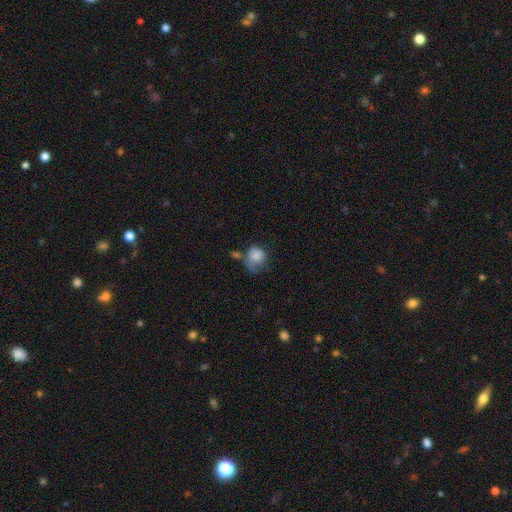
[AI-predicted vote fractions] This is likely a smooth galaxy (79%). How rounded: likely round (62%). Merging: marginally none (30%).